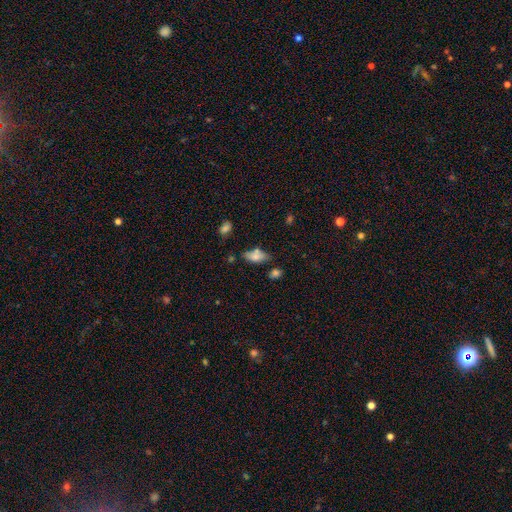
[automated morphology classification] Overall: smooth (72%). How rounded: in between (83%). Merging: none (61%; minor disturbance 22%).